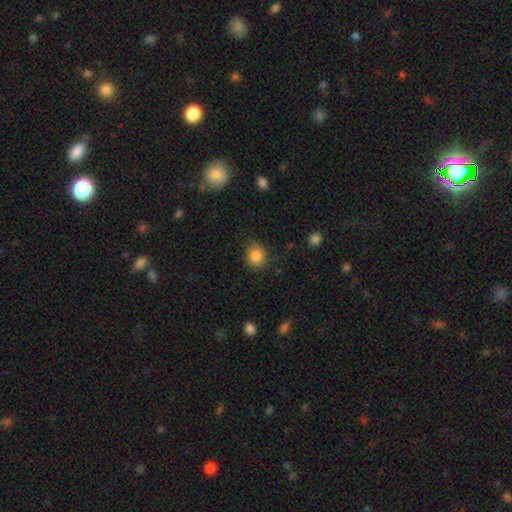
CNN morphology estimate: type=smooth (85%); roundness=round (78%); merging=none (78%).